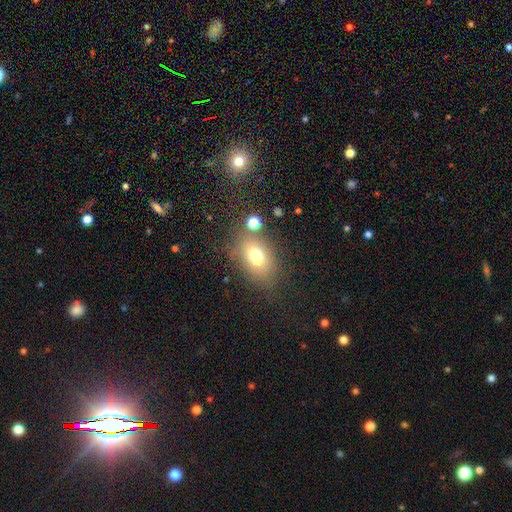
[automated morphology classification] This appears to be a smooth galaxy with no disk features (72%) that is in between round and cigar-shaped (73%). Merging: none (70%).